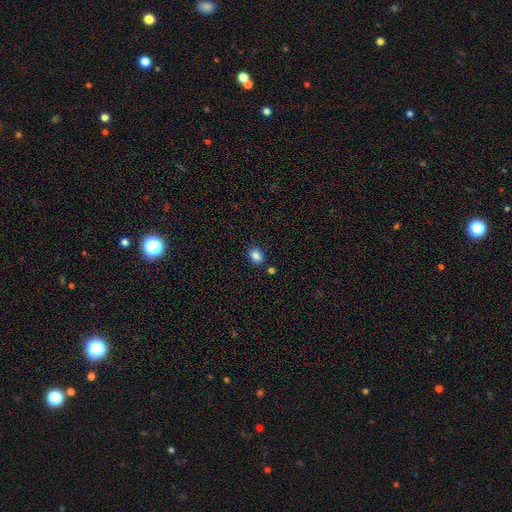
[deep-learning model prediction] This appears to be a smooth galaxy with no disk features (86%) that is in between round and cigar-shaped (62%). Merging: none (82%).